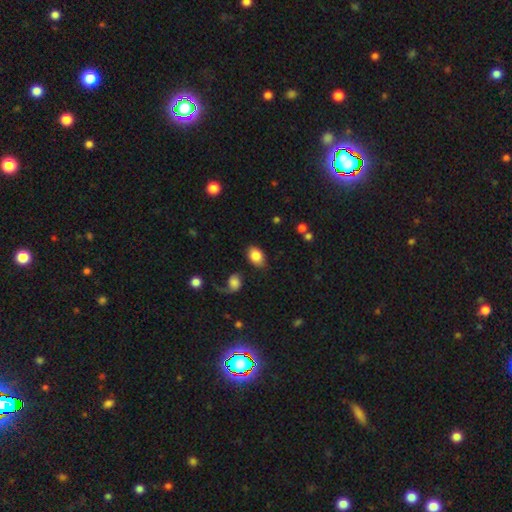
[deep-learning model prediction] This is clearly a smooth galaxy (84%). How rounded: likely in between (80%). Merging: likely none (75%).